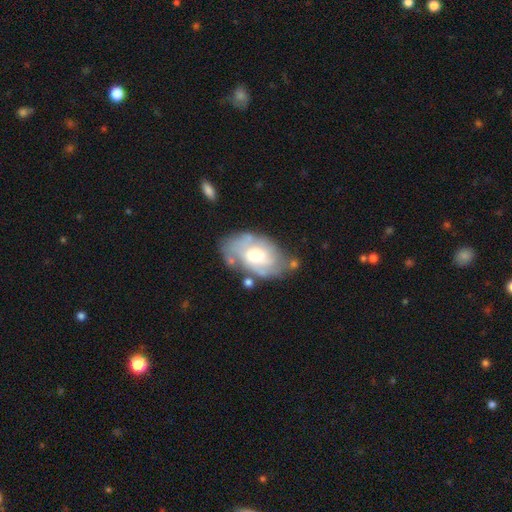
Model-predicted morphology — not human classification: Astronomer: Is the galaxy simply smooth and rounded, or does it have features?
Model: featured or disk — 62%.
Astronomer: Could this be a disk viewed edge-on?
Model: no — 95%.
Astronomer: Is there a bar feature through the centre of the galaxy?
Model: no — 63%.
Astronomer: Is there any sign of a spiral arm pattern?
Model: yes — 74%.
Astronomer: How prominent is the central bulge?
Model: moderate — 48% (runner-up: large, 31%).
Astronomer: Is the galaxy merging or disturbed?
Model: none — 58%.